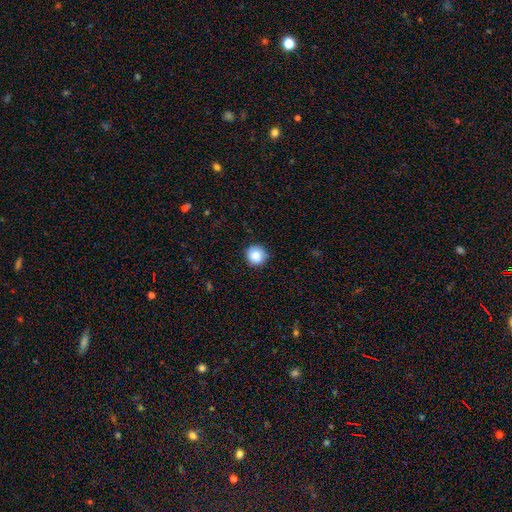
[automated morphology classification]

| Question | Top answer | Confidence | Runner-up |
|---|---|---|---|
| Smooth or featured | smooth | 85% | star or artifact (9%) |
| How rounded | round | 93% | in between (6%) |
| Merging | none | 84% | minor disturbance (12%) |